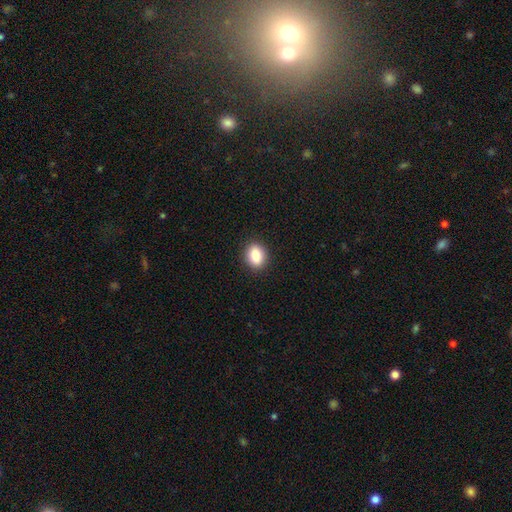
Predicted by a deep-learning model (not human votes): A smooth galaxy with no disk features (87%) that is in between round and cigar-shaped (68%).

Vote fractions:
- Smooth or featured? smooth: 87% / star or artifact: 8% / featured or disk: 5%
- How rounded? in between: 68% / round: 30% / cigar-shaped: 2%
- Merging? none: 90% / minor disturbance: 7% / major disturbance: 2% / merger: 1%